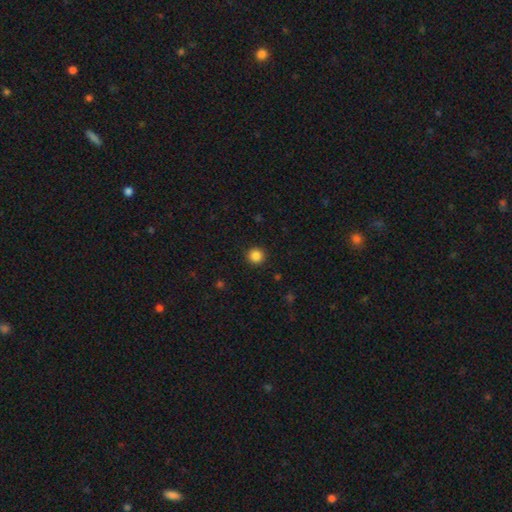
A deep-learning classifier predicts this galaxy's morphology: smooth 86%, star or artifact 11%, featured or disk 3%. Down the decision tree: how rounded — round (95%); merging — none (92%).